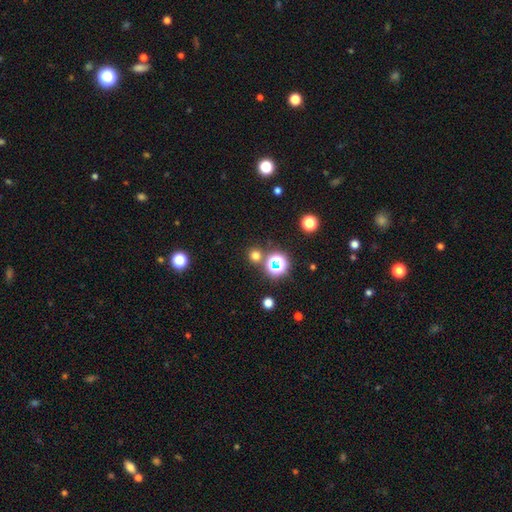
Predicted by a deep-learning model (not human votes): Smooth or featured? Predicted: smooth (p=0.65). How rounded? Predicted: round (p=0.92). Merging? Predicted: none (p=0.80).